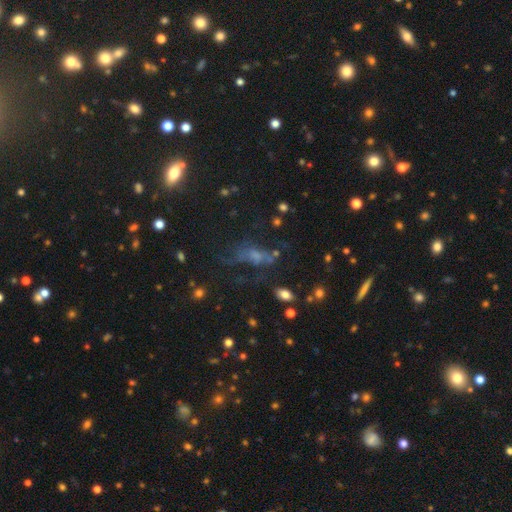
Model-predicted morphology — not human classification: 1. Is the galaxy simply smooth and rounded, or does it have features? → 40% smooth, 32% star or artifact, 28% featured or disk.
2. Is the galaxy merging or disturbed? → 46% none, 27% major disturbance, 20% minor disturbance, 7% merger.